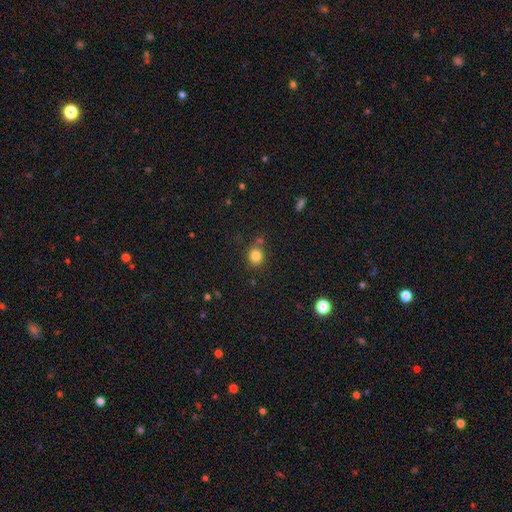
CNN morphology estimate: Overall: smooth (82%). How rounded: round (78%). Merging: none (73%).